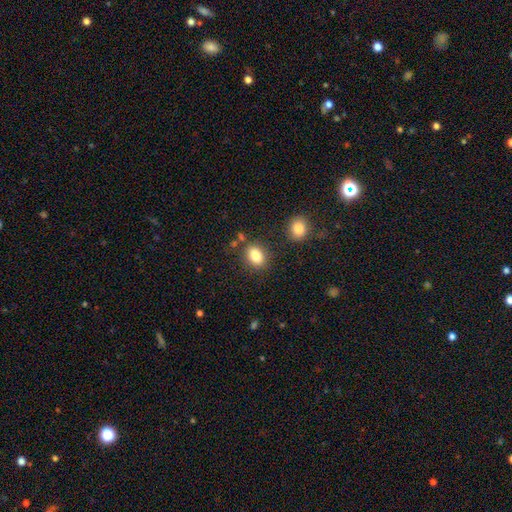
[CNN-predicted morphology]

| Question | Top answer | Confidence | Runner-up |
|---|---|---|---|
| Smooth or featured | smooth | 84% | star or artifact (9%) |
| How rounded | in between | 71% | round (28%) |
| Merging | none | 78% | minor disturbance (12%) |